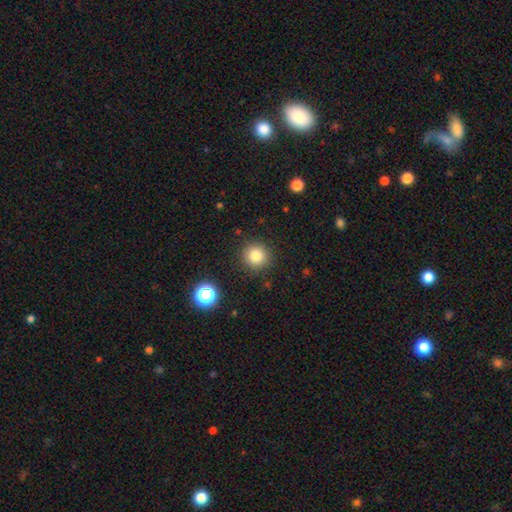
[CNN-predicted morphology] Overall: smooth (82%). How rounded: round (94%). Merging: none (90%).